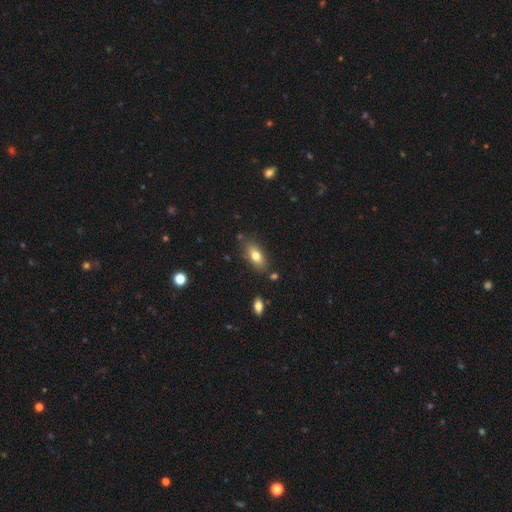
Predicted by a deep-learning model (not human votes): Smooth or featured: smooth — 76% (featured or disk — 16%)
How rounded: in between — 86% (cigar-shaped — 9%)
Merging: none — 79% (minor disturbance — 13%)